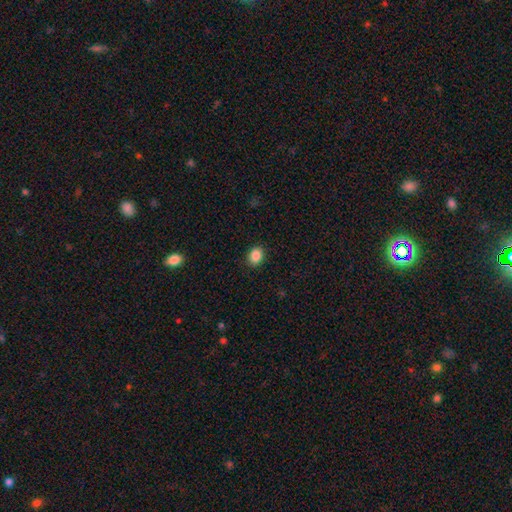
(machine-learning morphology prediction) A smooth galaxy with no disk features (87%) that is in between round and cigar-shaped (59%).

Vote fractions:
- Smooth or featured? smooth: 87% / star or artifact: 9% / featured or disk: 4%
- How rounded? in between: 59% / round: 40% / cigar-shaped: 1%
- Merging? none: 88% / minor disturbance: 9% / major disturbance: 2% / merger: 1%